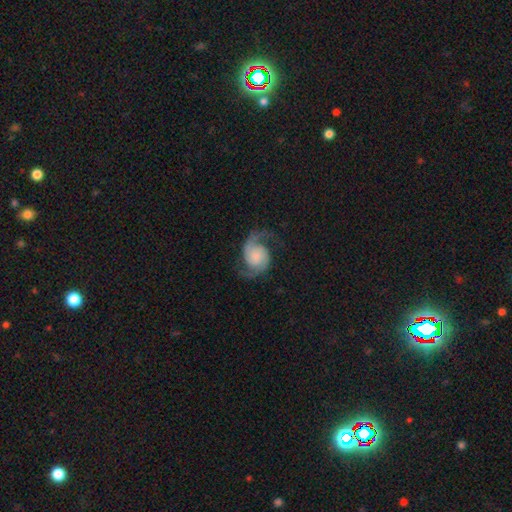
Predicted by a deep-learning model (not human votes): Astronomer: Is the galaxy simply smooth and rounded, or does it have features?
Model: featured or disk — 89%.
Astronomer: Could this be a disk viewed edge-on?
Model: no — 98%.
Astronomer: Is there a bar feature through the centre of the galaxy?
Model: no — 72%.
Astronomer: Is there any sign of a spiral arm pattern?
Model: yes — 98%.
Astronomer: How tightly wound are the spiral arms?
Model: medium — 46% (runner-up: loose, 40%).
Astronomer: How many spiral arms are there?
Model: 2 — 94%.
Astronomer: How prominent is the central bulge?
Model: small — 31% (runner-up: none, 29%).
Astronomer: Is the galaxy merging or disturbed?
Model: none — 77%.